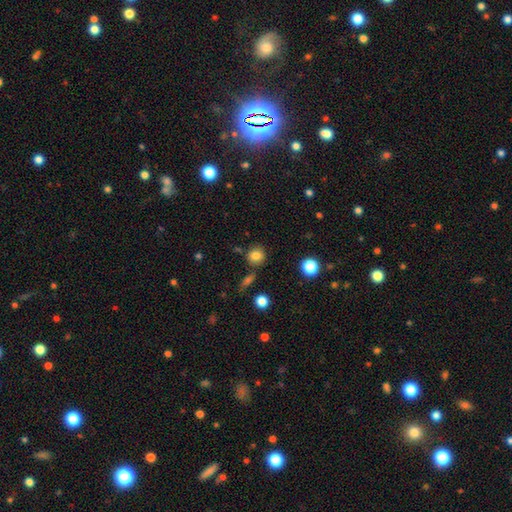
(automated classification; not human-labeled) Q: Smooth or featured?
A: smooth (82%); runner-up: star or artifact (11%)
Q: How rounded?
A: round (85%); runner-up: in between (14%)
Q: Merging?
A: none (79%); runner-up: minor disturbance (11%)